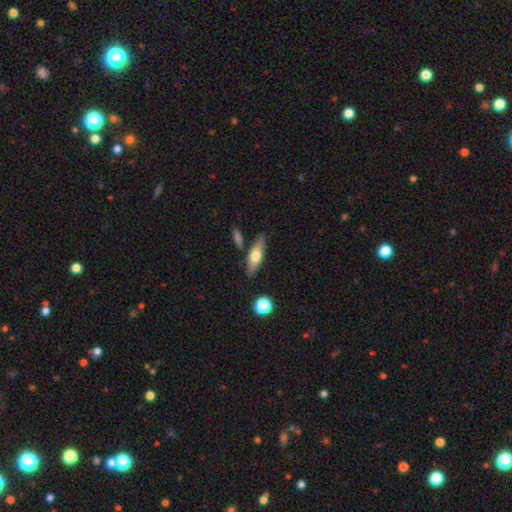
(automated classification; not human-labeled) Smooth or featured: smooth — 58% (featured or disk — 35%)
How rounded: in between — 54% (cigar-shaped — 42%)
Merging: none — 80% (minor disturbance — 11%)